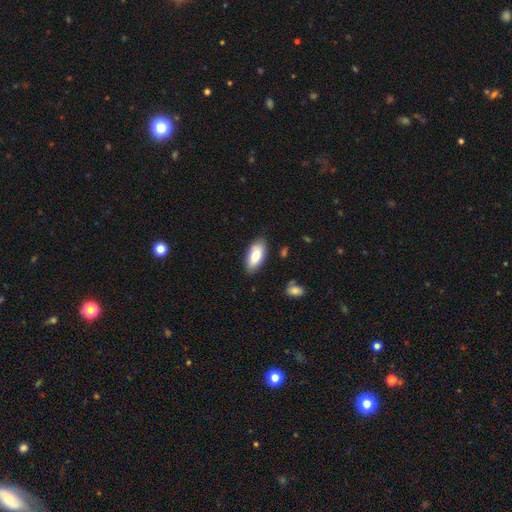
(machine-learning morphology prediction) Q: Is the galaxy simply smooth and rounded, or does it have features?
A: smooth — 80%.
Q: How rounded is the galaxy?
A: in between — 87%.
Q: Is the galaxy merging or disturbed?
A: none — 84%.